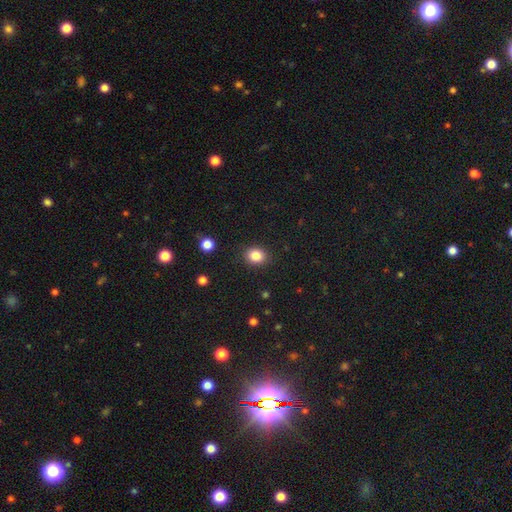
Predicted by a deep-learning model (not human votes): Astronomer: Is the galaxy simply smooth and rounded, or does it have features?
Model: smooth — 85%.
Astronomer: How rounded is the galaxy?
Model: round — 58% (runner-up: in between, 41%).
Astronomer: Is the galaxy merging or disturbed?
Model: none — 88%.